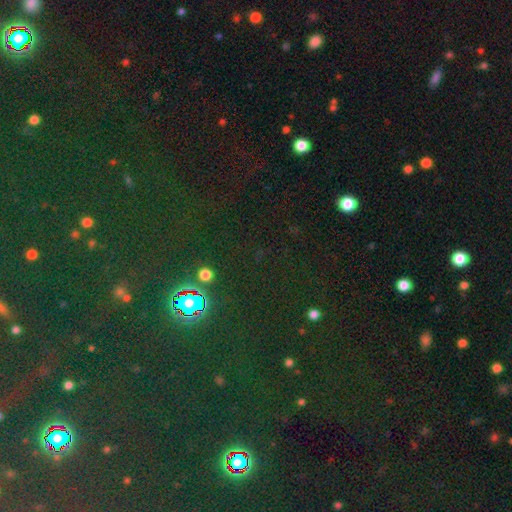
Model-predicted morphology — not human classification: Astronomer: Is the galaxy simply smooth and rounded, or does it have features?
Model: star or artifact — 80%.